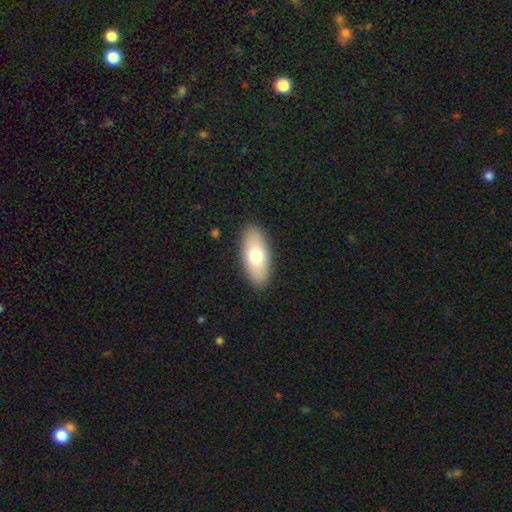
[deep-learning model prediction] Smooth or featured?
  - smooth: 72% *
  - featured or disk: 21%
  - star or artifact: 6%
How rounded?
  - in between: 86% *
  - cigar-shaped: 11%
  - round: 3%
Merging?
  - none: 89% *
  - minor disturbance: 8%
  - major disturbance: 2%
  - merger: 1%